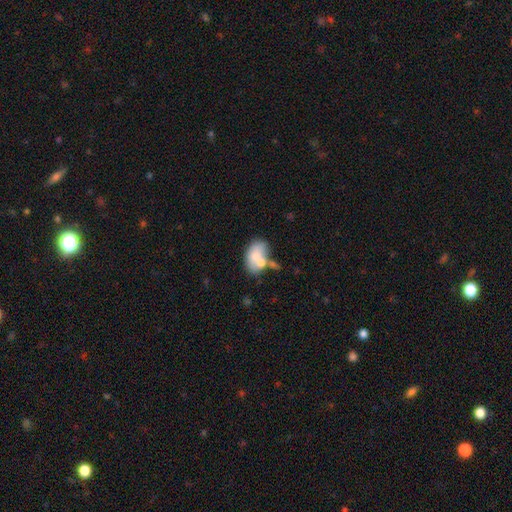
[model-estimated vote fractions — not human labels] This is likely a smooth galaxy (68%). How rounded: clearly in between (87%). Merging: marginally none (39%).